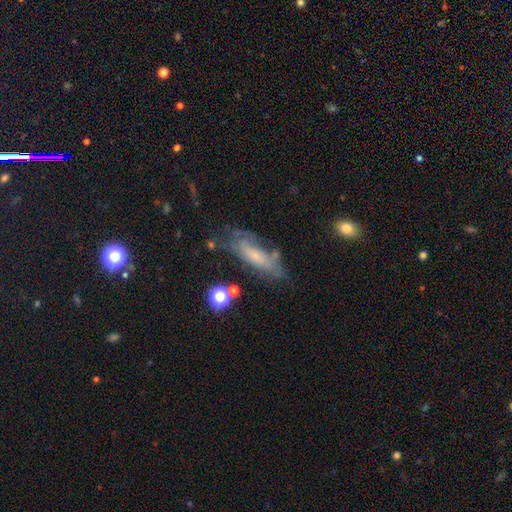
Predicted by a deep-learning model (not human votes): smooth-or-featured: featured or disk: 48% | smooth: 42% | star or artifact: 10%
  merging: none: 53% | minor disturbance: 26% | major disturbance: 14% | merger: 6%